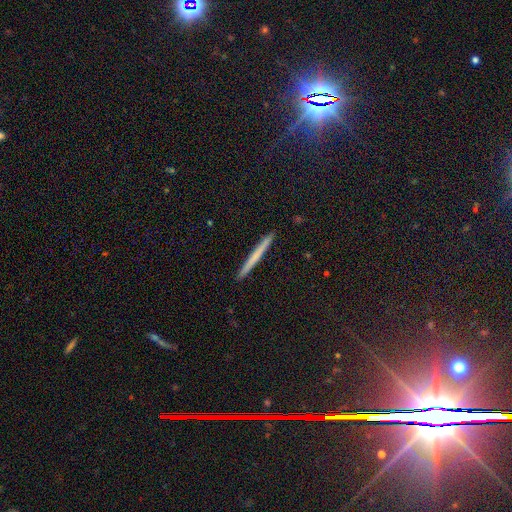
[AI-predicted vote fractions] Smooth or featured?
  - smooth: 59% *
  - featured or disk: 33%
  - star or artifact: 8%
How rounded?
  - cigar-shaped: 97% *
  - in between: 2%
  - round: 1%
Merging?
  - none: 93% *
  - minor disturbance: 5%
  - major disturbance: 1%
  - merger: 1%